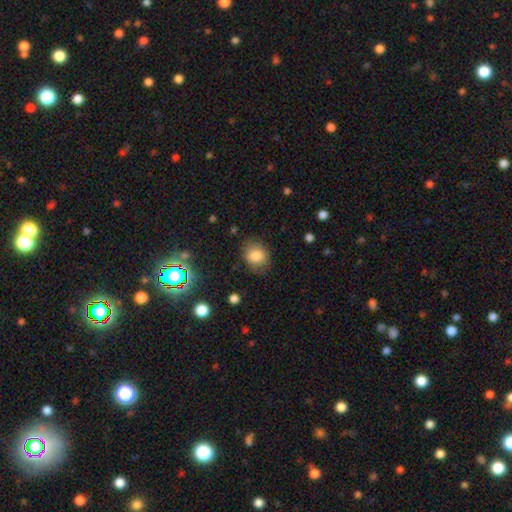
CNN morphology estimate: type=smooth (80%); roundness=round (54%); merging=none (79%).